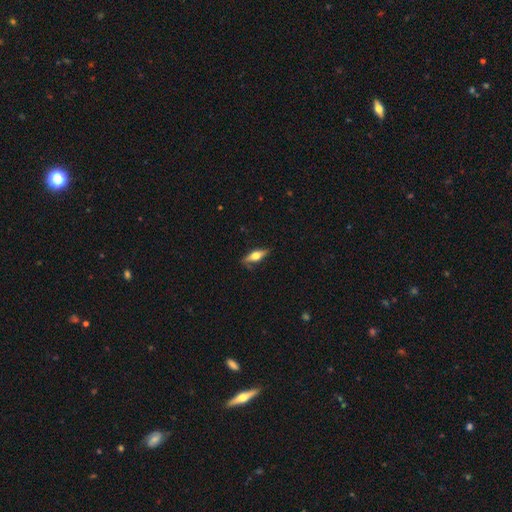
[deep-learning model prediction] Smooth or featured?
  - featured or disk: 49% *
  - smooth: 45%
  - star or artifact: 6%
Merging?
  - none: 81% *
  - minor disturbance: 14%
  - major disturbance: 3%
  - merger: 1%